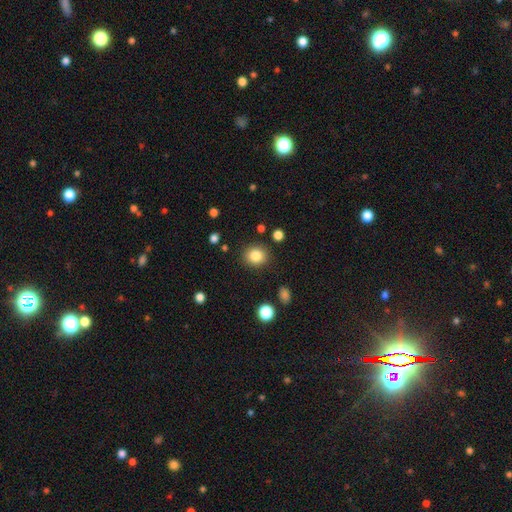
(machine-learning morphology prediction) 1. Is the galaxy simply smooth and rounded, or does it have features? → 84% smooth, 10% star or artifact, 6% featured or disk.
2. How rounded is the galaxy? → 79% round, 20% in between, 1% cigar-shaped.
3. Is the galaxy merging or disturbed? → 87% none, 8% minor disturbance, 3% major disturbance, 2% merger.